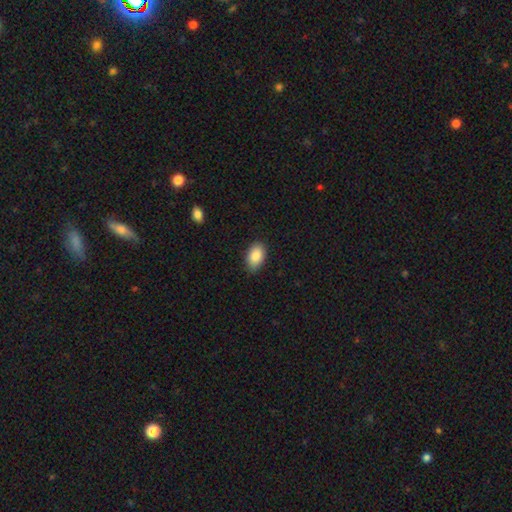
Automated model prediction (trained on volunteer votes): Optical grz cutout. It shows a smooth galaxy with no disk features (88%) that is in between round and cigar-shaped (91%). Merging: none (84%).